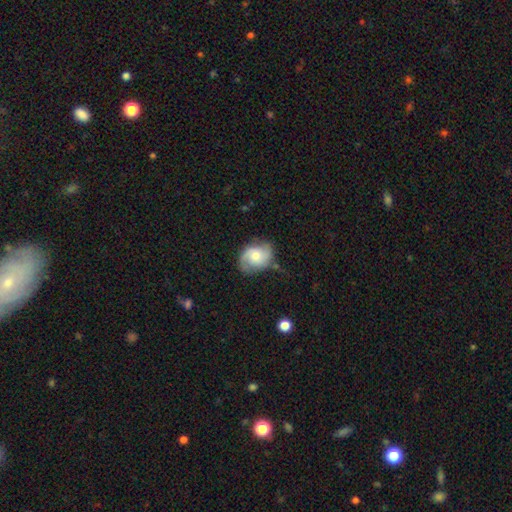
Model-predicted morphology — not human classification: This appears to be a featured or disk galaxy (65%) with no bar (68%), 2 (80%) medium (45%) spiral arms (90%) and a moderate central bulge (57%). Merging: none (66%).